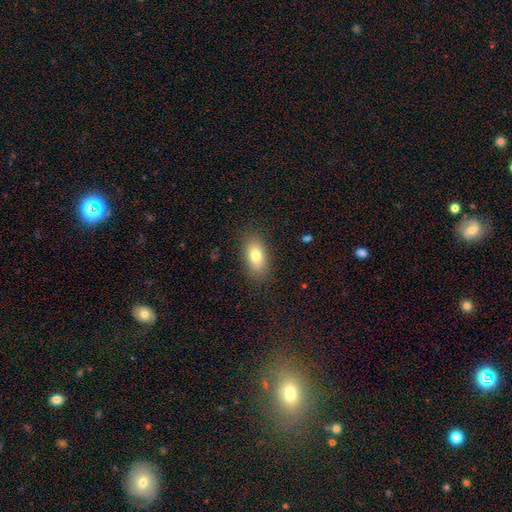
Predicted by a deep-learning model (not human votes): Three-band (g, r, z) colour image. It shows a smooth galaxy with no disk features (78%) that is in between round and cigar-shaped (87%). Merging: none (86%).